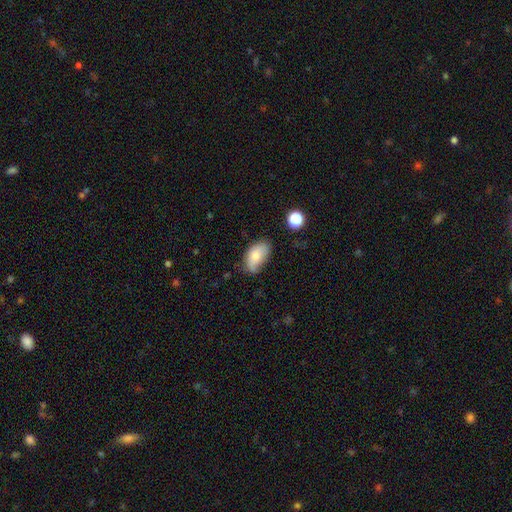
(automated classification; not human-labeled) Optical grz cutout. It shows a smooth galaxy with no disk features (74%) that is in between round and cigar-shaped (92%). Merging: none (53%).